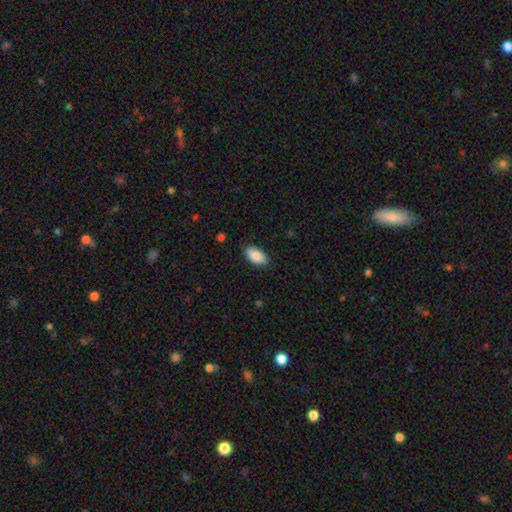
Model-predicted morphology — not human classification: The model was most divided on "merging": none: 85%, minor disturbance: 11%, major disturbance: 2%, merger: 1%. More confident: how rounded — in between (95%); smooth or featured — smooth (88%).